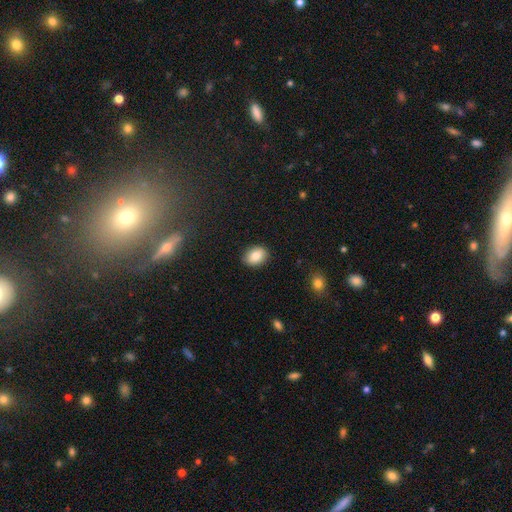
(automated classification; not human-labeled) Smooth or featured: smooth — 85% (star or artifact — 8%)
How rounded: in between — 72% (round — 27%)
Merging: none — 88% (minor disturbance — 9%)